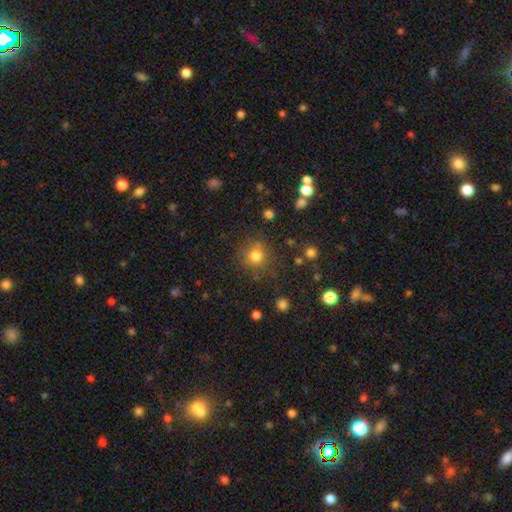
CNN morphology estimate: smooth 79%, star or artifact 15%, featured or disk 6%. Down the decision tree: how rounded — round (91%); merging — none (81%).